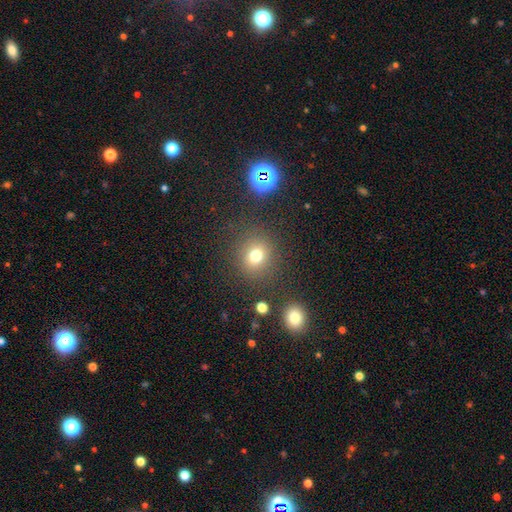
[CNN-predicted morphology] smooth_or_featured: smooth (p=0.75) [alt: star or artifact p=0.17]
how_rounded: round (p=0.81) [alt: in between p=0.18]
merging: none (p=0.83) [alt: minor disturbance p=0.09]